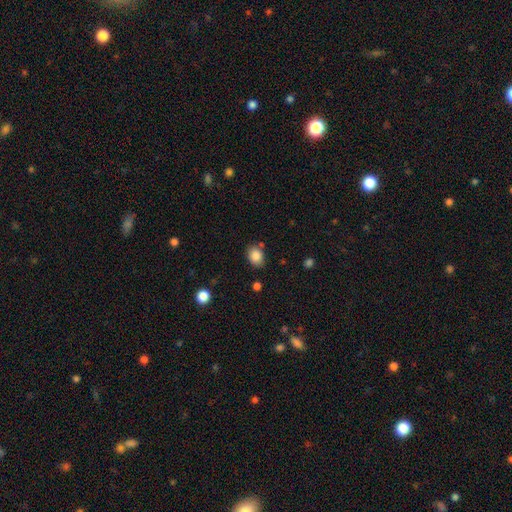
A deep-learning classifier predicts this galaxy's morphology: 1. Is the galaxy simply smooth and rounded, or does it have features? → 86% smooth, 9% star or artifact, 5% featured or disk.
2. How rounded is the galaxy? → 63% in between, 36% round, 1% cigar-shaped.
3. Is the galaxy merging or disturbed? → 76% none, 15% minor disturbance, 5% merger, 4% major disturbance.